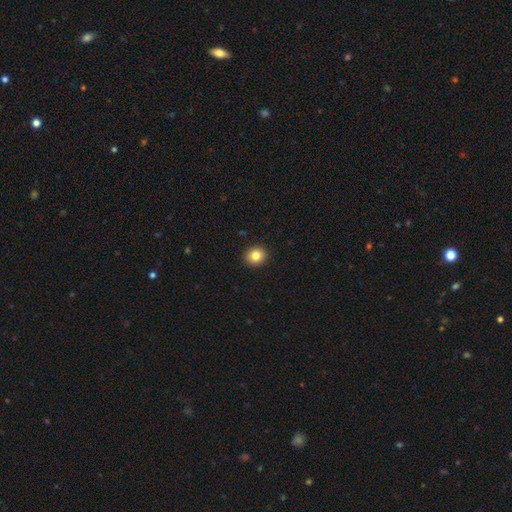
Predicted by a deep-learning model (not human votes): A smooth galaxy with no disk features (82%) that is round (82%). Merging: none (92%).